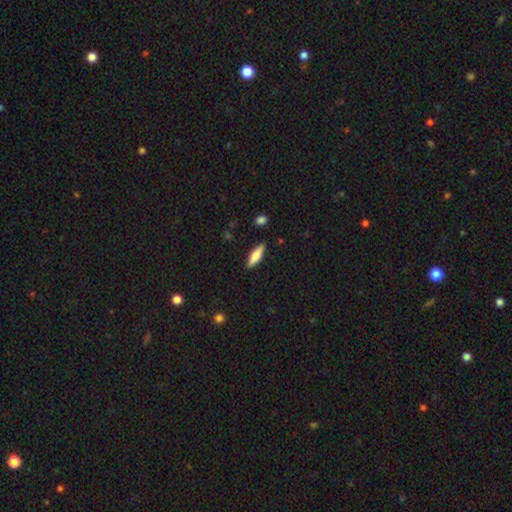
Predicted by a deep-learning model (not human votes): Smooth or featured? smooth (69%)
How rounded? cigar-shaped (55%)
Merging? none (87%)